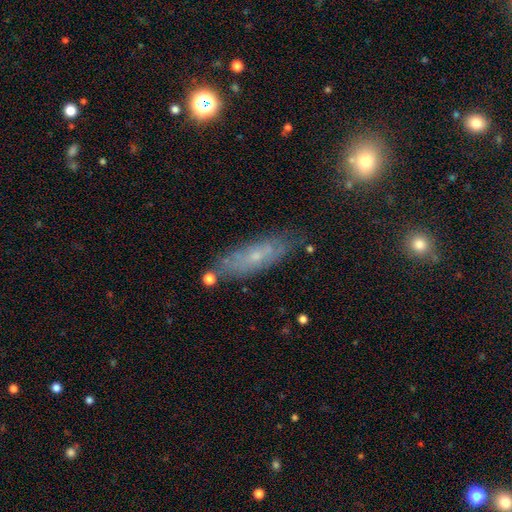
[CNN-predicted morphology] smooth-or-featured: featured or disk: 46% | smooth: 44% | star or artifact: 10%
  merging: none: 72% | minor disturbance: 19% | major disturbance: 5% | merger: 5%